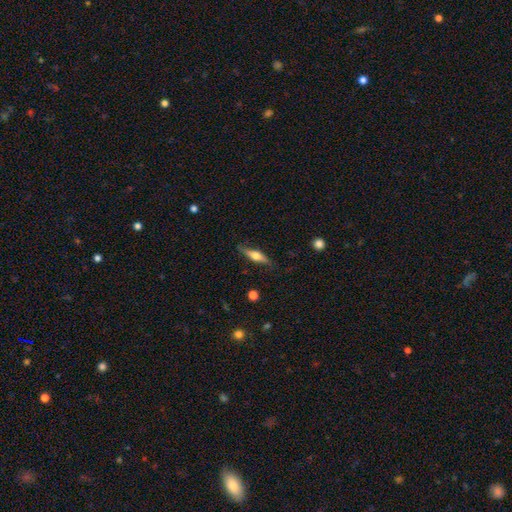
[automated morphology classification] This appears to be a featured or disk galaxy (51%) viewed edge-on (88%). Merging: none (78%).